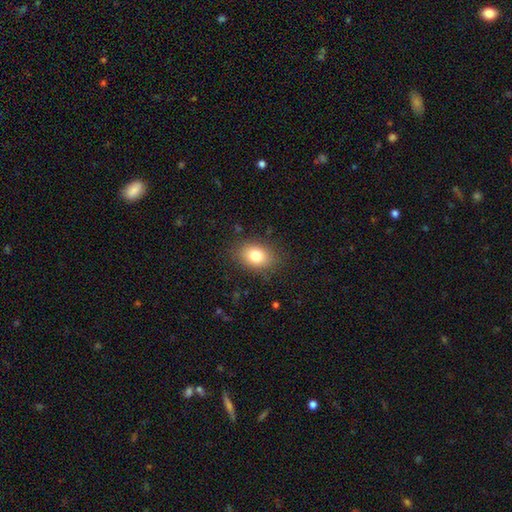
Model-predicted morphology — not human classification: A smooth galaxy with no disk features (80%) that is in between round and cigar-shaped (73%). Merging: none (85%).